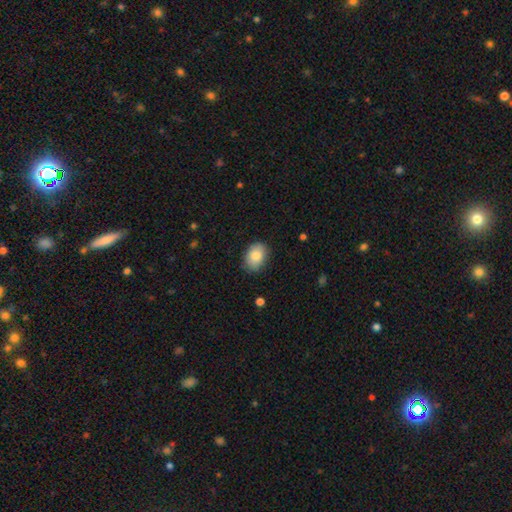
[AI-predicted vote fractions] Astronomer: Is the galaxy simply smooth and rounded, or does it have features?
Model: smooth — 85%.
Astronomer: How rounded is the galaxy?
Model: in between — 76%.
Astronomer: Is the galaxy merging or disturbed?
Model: none — 82%.